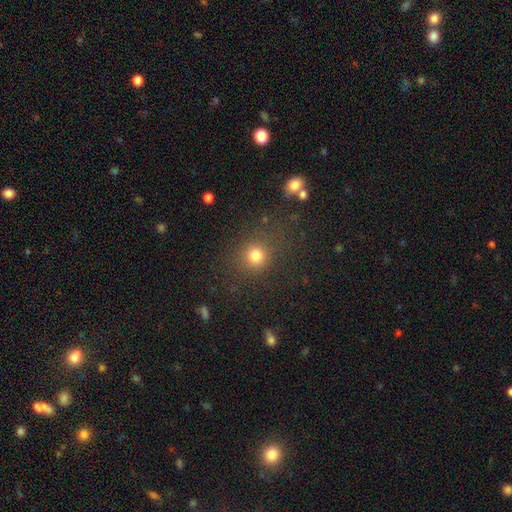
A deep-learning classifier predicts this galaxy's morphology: A smooth galaxy with no disk features (78%) that is round (85%). Merging: none (79%).